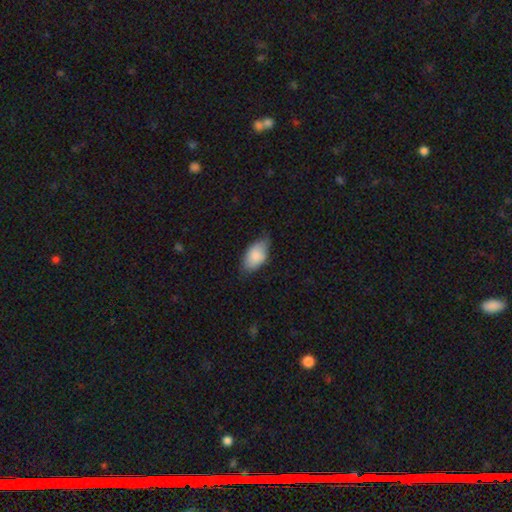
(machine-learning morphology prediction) smooth-or-featured: smooth: 85% | featured or disk: 9% | star or artifact: 6%
  how-rounded: in between: 94% | round: 4% | cigar-shaped: 2%
  merging: none: 65% | minor disturbance: 30% | major disturbance: 5% | merger: 1%